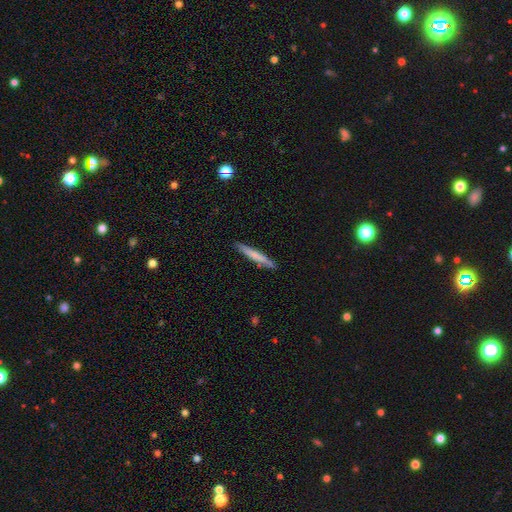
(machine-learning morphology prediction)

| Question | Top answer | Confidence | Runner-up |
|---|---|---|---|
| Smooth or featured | smooth | 66% | featured or disk (28%) |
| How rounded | cigar-shaped | 95% | in between (4%) |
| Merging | none | 84% | minor disturbance (11%) |